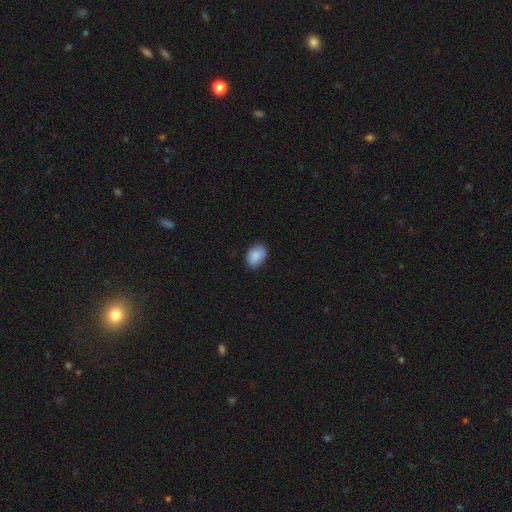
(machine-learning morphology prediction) Smooth or featured? smooth (87%)
How rounded? in between (77%)
Merging? none (81%)